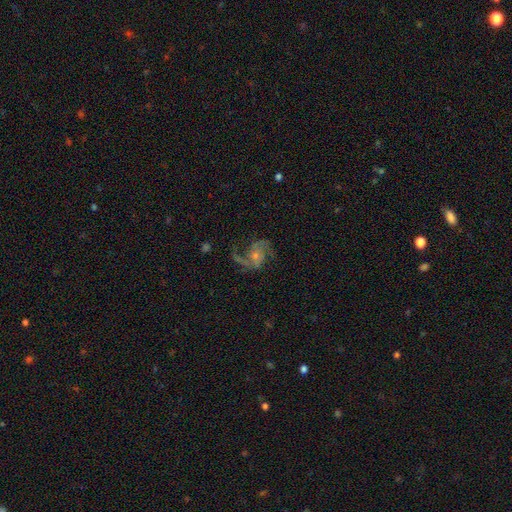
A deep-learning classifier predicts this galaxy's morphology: Overall: featured or disk (85%). Edge-on disk: no (98%). Bar: no (66%; weak 27%). Spiral arms: yes (97%). Spiral arm count: 2 (73%). Spiral winding: medium (51%; loose 35%). Bulge size: small (59%; moderate 33%). Merging: none (67%).